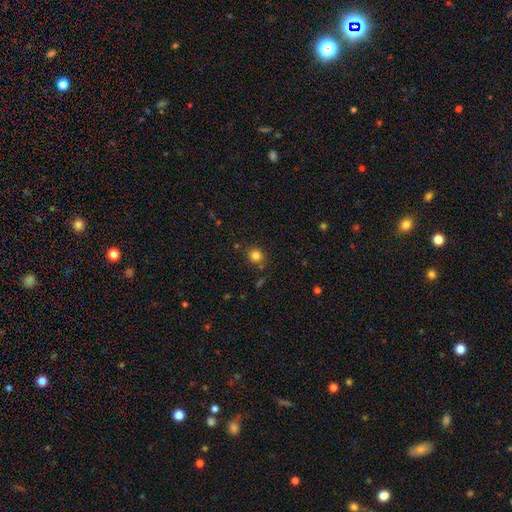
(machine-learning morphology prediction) Smooth or featured: smooth — 82% (star or artifact — 13%)
How rounded: round — 85% (in between — 14%)
Merging: none — 81% (minor disturbance — 10%)